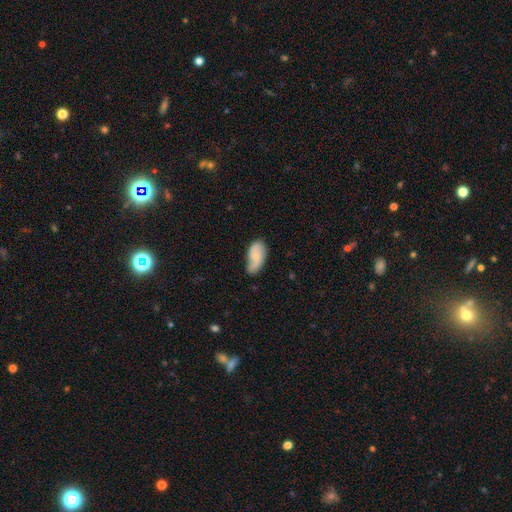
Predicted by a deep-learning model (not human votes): Morphology: type=smooth (68%); roundness=in between (93%); merging=none (50%).